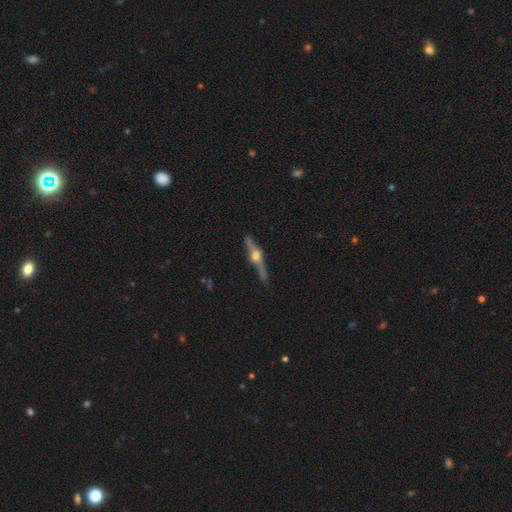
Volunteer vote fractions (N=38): Smooth or featured? featured or disk (89%)
Edge-on disk? yes (91%)
Edge-on bulge? rounded (100%)
Merging? none (89%)